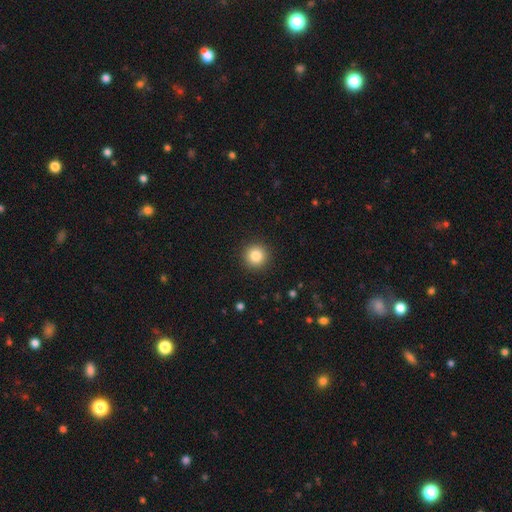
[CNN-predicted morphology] A smooth galaxy with no disk features (84%) that is round (95%).

Vote fractions:
- Smooth or featured? smooth: 84% / star or artifact: 10% / featured or disk: 6%
- How rounded? round: 95% / in between: 4% / cigar-shaped: 1%
- Merging? none: 92% / minor disturbance: 5% / major disturbance: 2% / merger: 1%